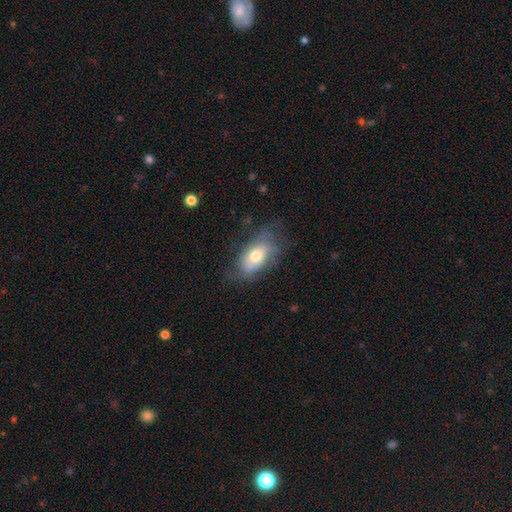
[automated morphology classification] Smooth or featured: smooth — 56% (featured or disk — 36%)
How rounded: in between — 89% (round — 7%)
Merging: none — 56% (minor disturbance — 27%)